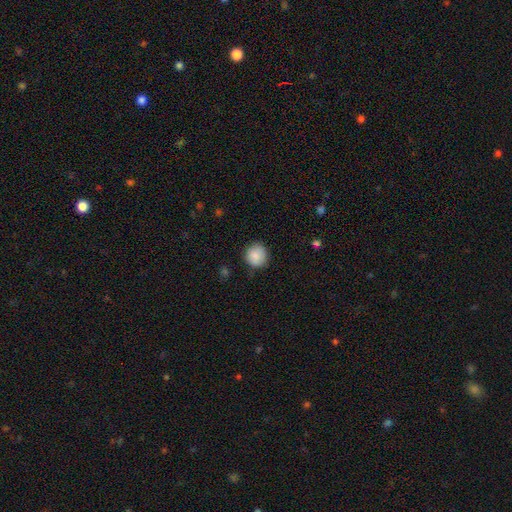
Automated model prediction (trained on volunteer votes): Q: Smooth or featured?
A: smooth (86%); runner-up: star or artifact (8%)
Q: How rounded?
A: round (88%); runner-up: in between (11%)
Q: Merging?
A: none (80%); runner-up: minor disturbance (15%)